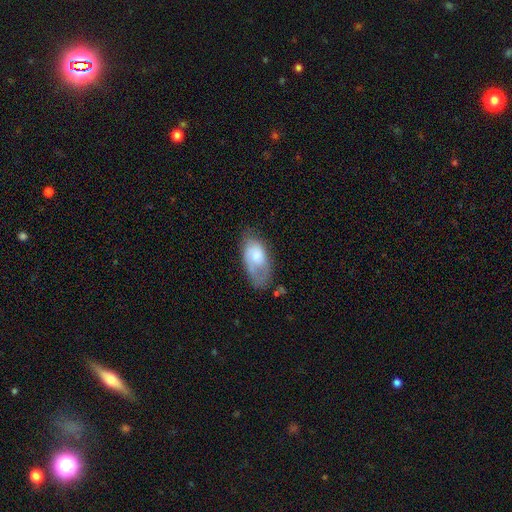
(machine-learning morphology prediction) Smooth or featured? Predicted: smooth (p=0.48). Merging? Predicted: none (p=0.48).